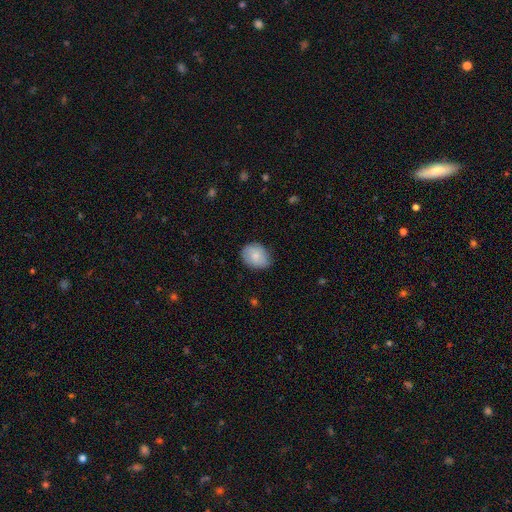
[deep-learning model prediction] This appears to be a smooth galaxy with no disk features (79%) that is in between round and cigar-shaped (50%). Merging: none (75%).